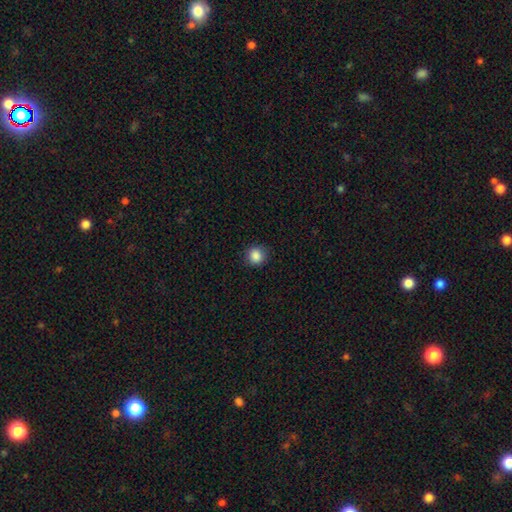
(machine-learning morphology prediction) Smooth or featured? Predicted: smooth (p=0.87). How rounded? Predicted: round (p=0.88). Merging? Predicted: none (p=0.88).